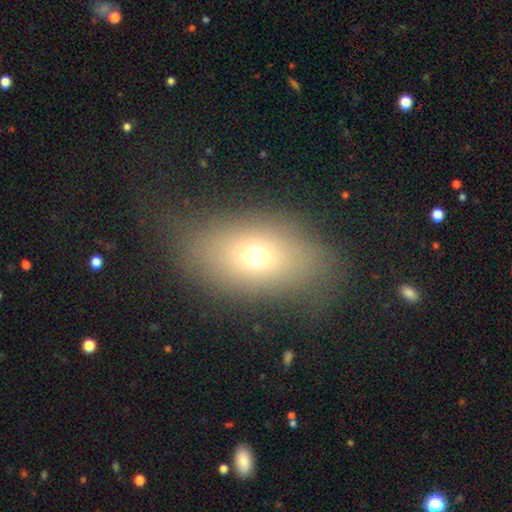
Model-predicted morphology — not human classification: smooth-or-featured: smooth: 65% | featured or disk: 20% | star or artifact: 15%
  how-rounded: in between: 78% | round: 18% | cigar-shaped: 4%
  merging: none: 69% | minor disturbance: 18% | major disturbance: 12% | merger: 2%